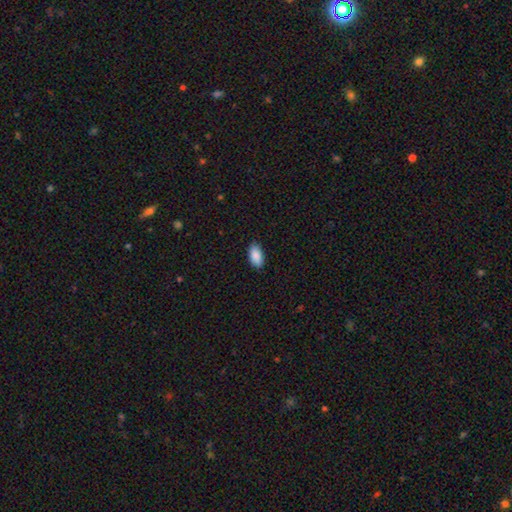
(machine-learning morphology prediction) smooth 90%, star or artifact 6%, featured or disk 4%. Down the decision tree: how rounded — in between (94%); merging — none (87%).